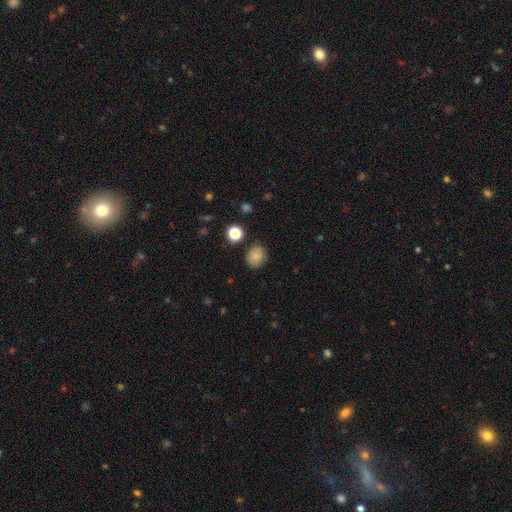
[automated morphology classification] smooth_or_featured: smooth (p=0.82) [alt: star or artifact p=0.11]
how_rounded: round (p=0.65) [alt: in between p=0.34]
merging: none (p=0.82) [alt: minor disturbance p=0.12]